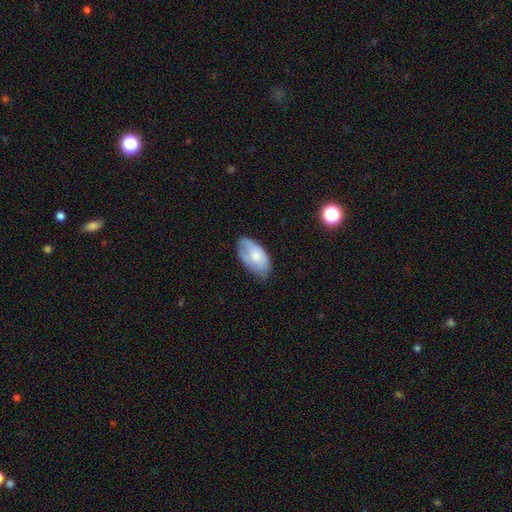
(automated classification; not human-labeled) smooth-or-featured: smooth: 66% | featured or disk: 27% | star or artifact: 6%
  how-rounded: in between: 94% | round: 4% | cigar-shaped: 2%
  merging: none: 58% | minor disturbance: 32% | major disturbance: 8% | merger: 2%